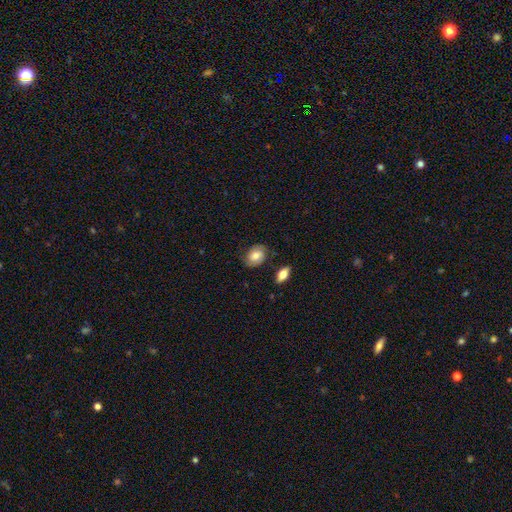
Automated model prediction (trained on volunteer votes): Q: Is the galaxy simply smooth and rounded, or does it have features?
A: smooth — 58%.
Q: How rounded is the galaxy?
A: in between — 65%.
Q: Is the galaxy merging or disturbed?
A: none — 76%.